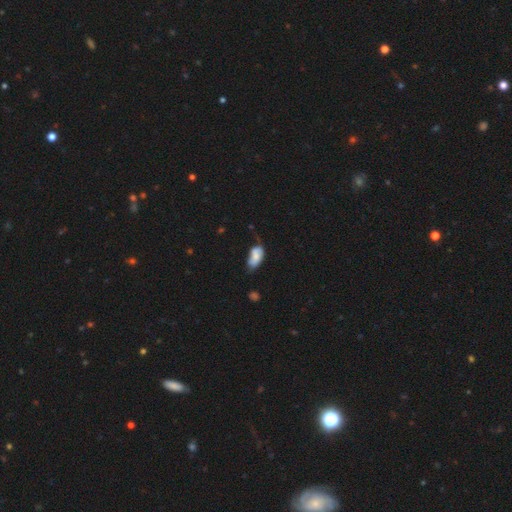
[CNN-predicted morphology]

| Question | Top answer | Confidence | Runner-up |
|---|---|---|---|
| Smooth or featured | smooth | 72% | featured or disk (20%) |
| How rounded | in between | 92% | cigar-shaped (4%) |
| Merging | minor disturbance | 43% | none (39%) |